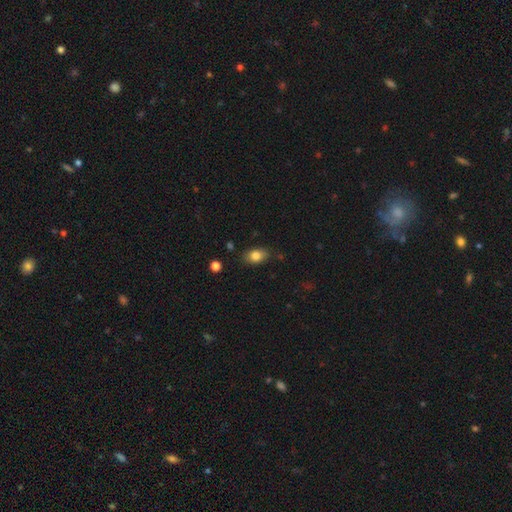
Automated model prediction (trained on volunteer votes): Morphology: type=smooth (81%); roundness=in between (82%); merging=none (81%).